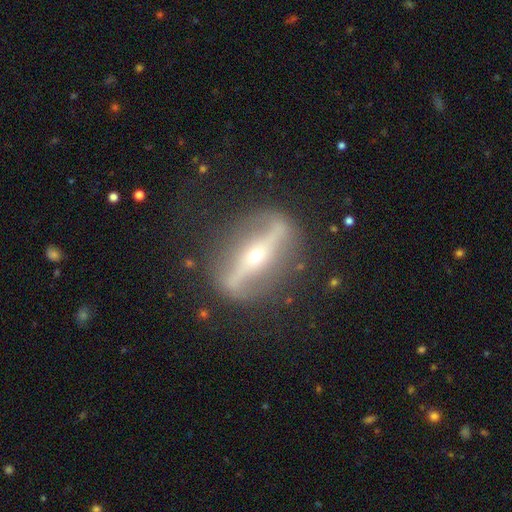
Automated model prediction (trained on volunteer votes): smooth-or-featured: featured or disk: 85% | smooth: 9% | star or artifact: 6%
  disk-edge-on: no: 58% | yes: 42%
  merging: none: 81% | minor disturbance: 11% | major disturbance: 7% | merger: 2%